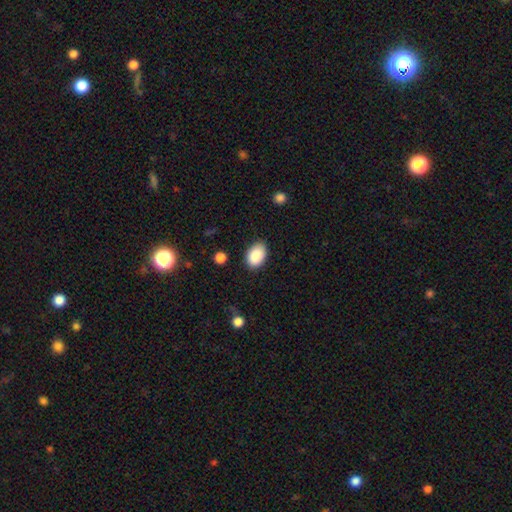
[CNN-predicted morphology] A smooth galaxy with no disk features (89%) that is in between round and cigar-shaped (89%).

Vote fractions:
- Smooth or featured? smooth: 89% / star or artifact: 7% / featured or disk: 4%
- How rounded? in between: 89% / round: 9% / cigar-shaped: 1%
- Merging? none: 81% / minor disturbance: 15% / major disturbance: 3% / merger: 1%